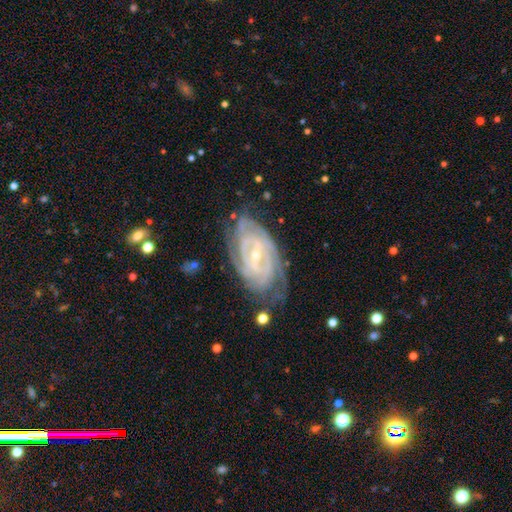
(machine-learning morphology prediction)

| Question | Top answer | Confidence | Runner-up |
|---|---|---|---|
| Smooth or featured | featured or disk | 89% | smooth (6%) |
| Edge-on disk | no | 96% | yes (4%) |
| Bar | weak | 44% | strong (35%) |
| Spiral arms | yes | 97% | no (3%) |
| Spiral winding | tight | 75% | medium (21%) |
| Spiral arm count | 2 | 35% | can't tell (25%) |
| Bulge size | small | 74% | moderate (22%) |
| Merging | none | 69% | minor disturbance (21%) |